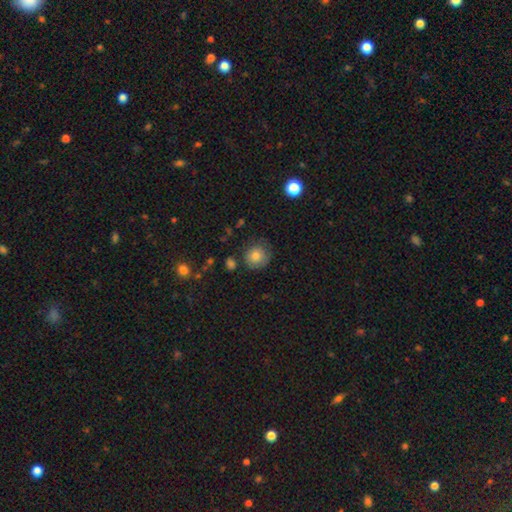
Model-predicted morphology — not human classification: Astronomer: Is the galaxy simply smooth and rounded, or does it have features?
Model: smooth — 79%.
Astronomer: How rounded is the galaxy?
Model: round — 87%.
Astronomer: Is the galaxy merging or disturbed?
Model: none — 72%.